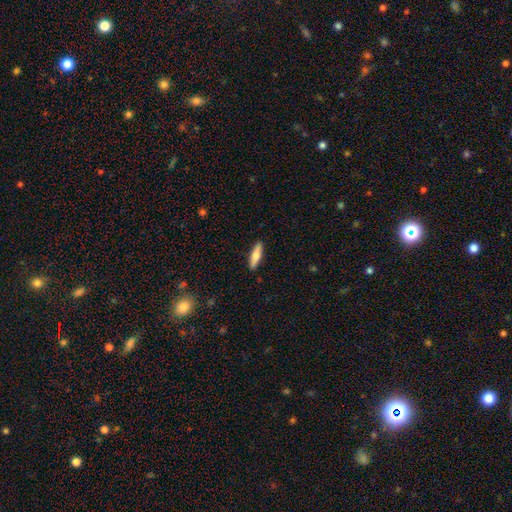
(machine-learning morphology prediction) Smooth or featured?
  - smooth: 67% *
  - featured or disk: 27%
  - star or artifact: 5%
How rounded?
  - cigar-shaped: 71% *
  - in between: 27%
  - round: 2%
Merging?
  - none: 90% *
  - minor disturbance: 7%
  - major disturbance: 2%
  - merger: 1%